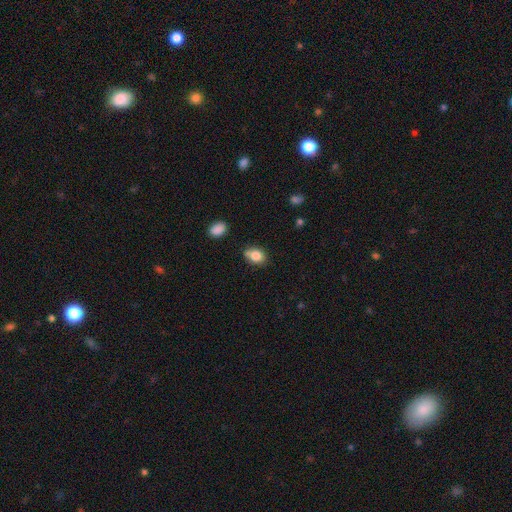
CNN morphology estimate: Q: Smooth or featured?
A: smooth (82%); runner-up: star or artifact (9%)
Q: How rounded?
A: in between (66%); runner-up: round (33%)
Q: Merging?
A: none (64%); runner-up: minor disturbance (23%)